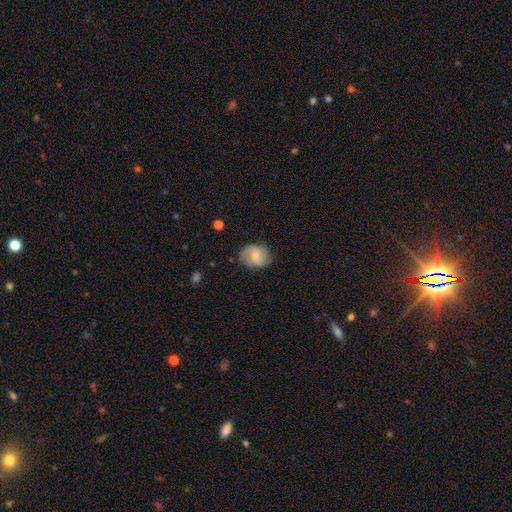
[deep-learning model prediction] Q: Smooth or featured?
A: smooth (55%); runner-up: featured or disk (37%)
Q: How rounded?
A: round (60%); runner-up: in between (39%)
Q: Merging?
A: none (78%); runner-up: minor disturbance (17%)